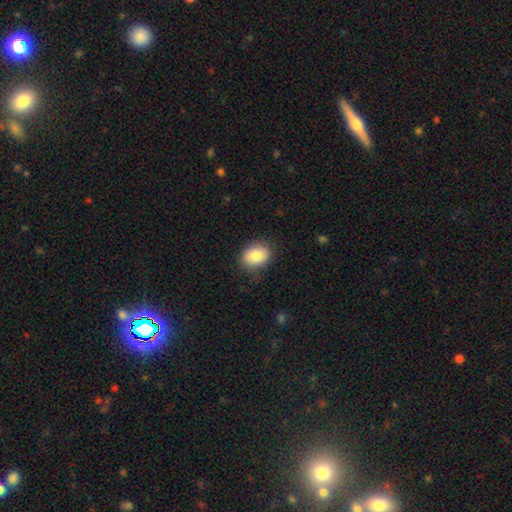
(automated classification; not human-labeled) Smooth or featured: smooth — 82% (featured or disk — 10%)
How rounded: in between — 62% (round — 37%)
Merging: none — 81% (minor disturbance — 14%)